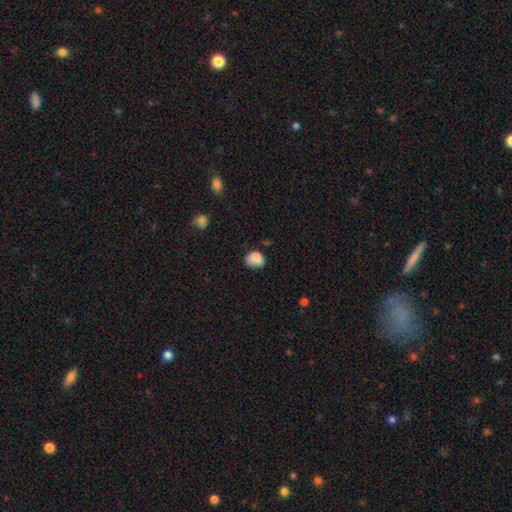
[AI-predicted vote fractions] smooth-or-featured: smooth: 82% | star or artifact: 10% | featured or disk: 8%
  how-rounded: in between: 55% | round: 44% | cigar-shaped: 1%
  merging: none: 50% | minor disturbance: 36% | major disturbance: 10% | merger: 4%